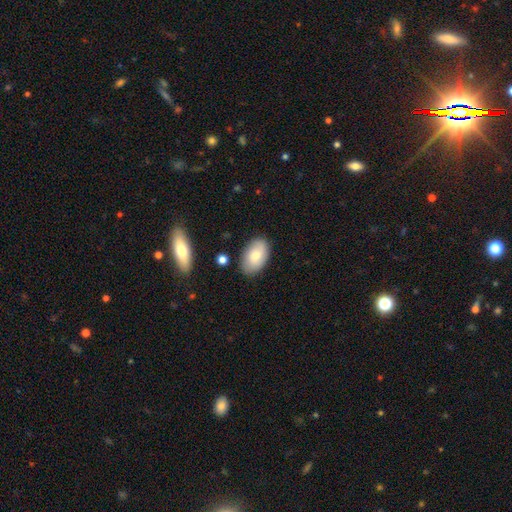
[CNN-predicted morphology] smooth 75%, featured or disk 18%, star or artifact 7%. Down the decision tree: how rounded — in between (93%); merging — none (82%).